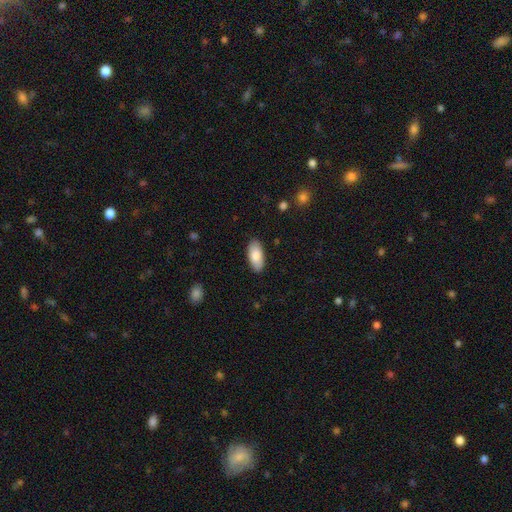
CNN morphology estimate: smooth-or-featured: smooth: 83% | featured or disk: 11% | star or artifact: 6%
  how-rounded: in between: 92% | cigar-shaped: 6% | round: 2%
  merging: none: 88% | minor disturbance: 9% | major disturbance: 2% | merger: 1%